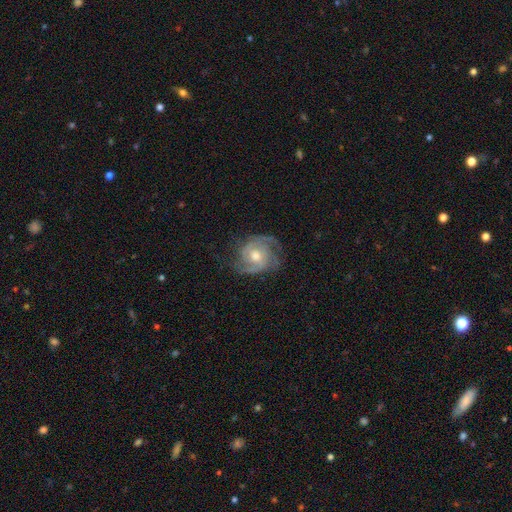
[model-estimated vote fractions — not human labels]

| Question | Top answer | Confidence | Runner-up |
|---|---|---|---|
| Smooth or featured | featured or disk | 86% | smooth (9%) |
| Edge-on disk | no | 98% | yes (2%) |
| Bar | no | 67% | weak (28%) |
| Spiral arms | yes | 96% | no (4%) |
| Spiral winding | tight | 45% | medium (43%) |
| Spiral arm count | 2 | 53% | 3 (23%) |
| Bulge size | moderate | 75% | small (12%) |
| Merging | none | 69% | minor disturbance (20%) |